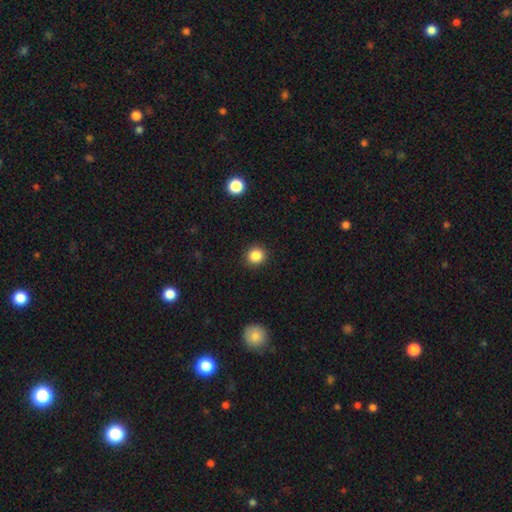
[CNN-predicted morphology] Q: Smooth or featured?
A: smooth (86%); runner-up: star or artifact (11%)
Q: How rounded?
A: round (90%); runner-up: in between (9%)
Q: Merging?
A: none (91%); runner-up: minor disturbance (6%)